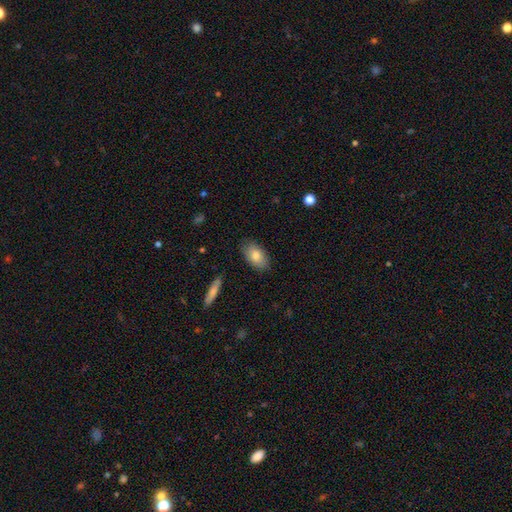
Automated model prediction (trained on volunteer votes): Morphology: type=smooth (79%); roundness=in between (92%); merging=none (85%).